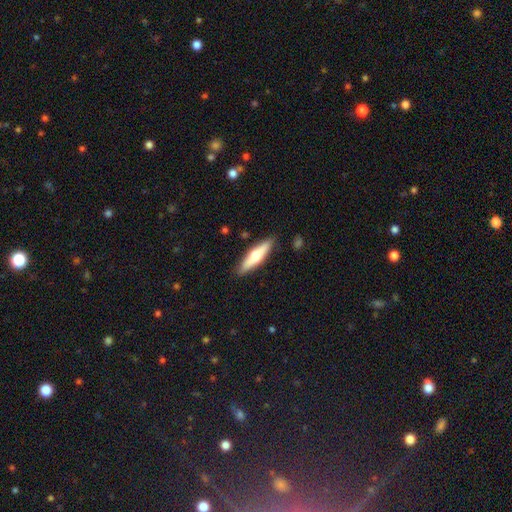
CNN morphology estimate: smooth-or-featured: smooth: 47% (tied) | featured or disk: 47% (tied) | star or artifact: 5%
  merging: none: 88% | minor disturbance: 9% | major disturbance: 2% | merger: 1%